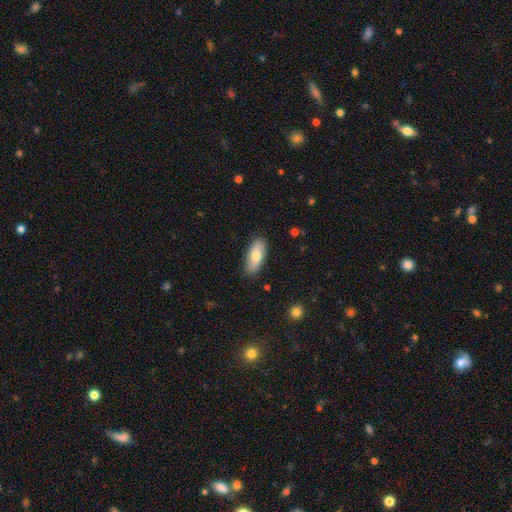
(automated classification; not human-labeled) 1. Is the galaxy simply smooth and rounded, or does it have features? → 75% smooth, 18% featured or disk, 6% star or artifact.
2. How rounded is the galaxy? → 85% in between, 12% cigar-shaped, 2% round.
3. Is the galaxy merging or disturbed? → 87% none, 10% minor disturbance, 2% major disturbance, 1% merger.